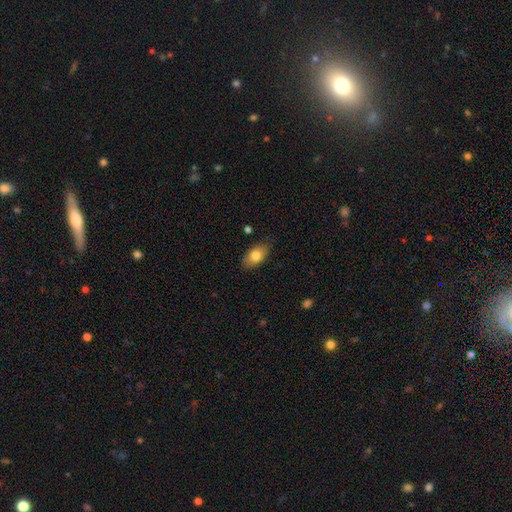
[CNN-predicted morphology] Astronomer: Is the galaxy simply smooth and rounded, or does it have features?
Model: smooth — 79%.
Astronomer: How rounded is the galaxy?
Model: in between — 89%.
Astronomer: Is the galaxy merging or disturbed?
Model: none — 83%.